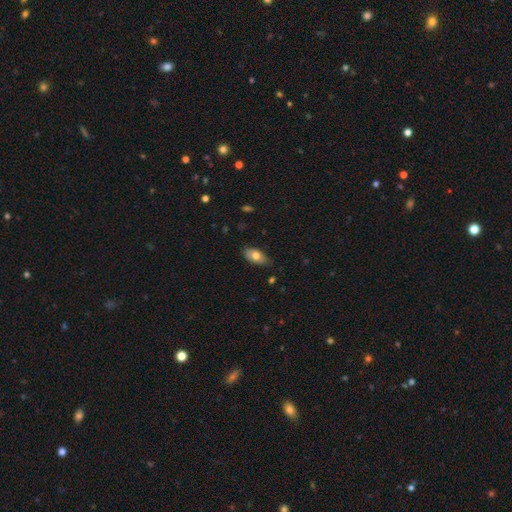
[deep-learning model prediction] A smooth galaxy with no disk features (70%) that is in between round and cigar-shaped (92%).

Vote fractions:
- Smooth or featured? smooth: 70% / featured or disk: 23% / star or artifact: 7%
- How rounded? in between: 92% / round: 5% / cigar-shaped: 3%
- Merging? none: 77% / minor disturbance: 20% / major disturbance: 3% / merger: 1%